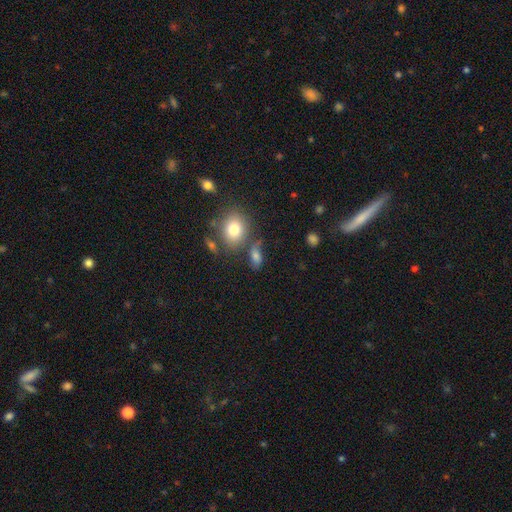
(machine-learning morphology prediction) This is likely a smooth galaxy (75%). How rounded: likely in between (76%). Merging: likely none (62%).